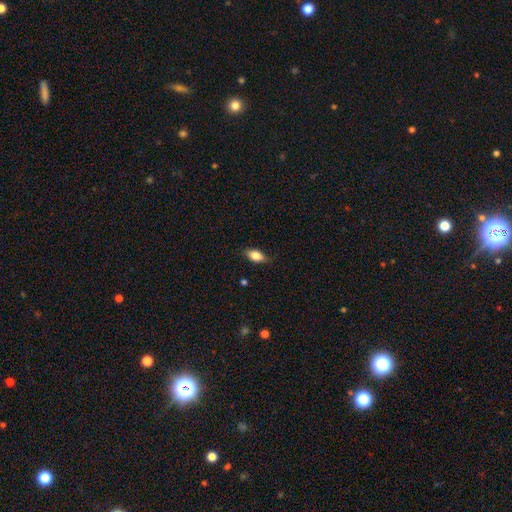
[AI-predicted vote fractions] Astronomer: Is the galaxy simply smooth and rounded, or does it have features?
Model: smooth — 79%.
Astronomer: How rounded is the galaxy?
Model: in between — 86%.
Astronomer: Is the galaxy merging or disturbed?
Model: none — 79%.